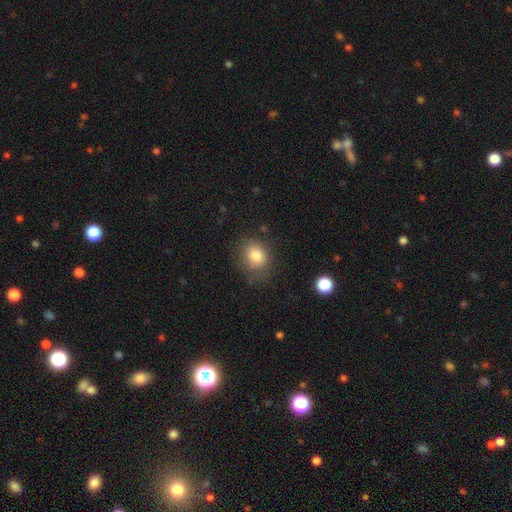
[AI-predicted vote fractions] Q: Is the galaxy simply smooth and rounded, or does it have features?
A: smooth — 82%.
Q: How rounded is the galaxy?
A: round — 61%.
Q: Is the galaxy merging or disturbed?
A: none — 70%.